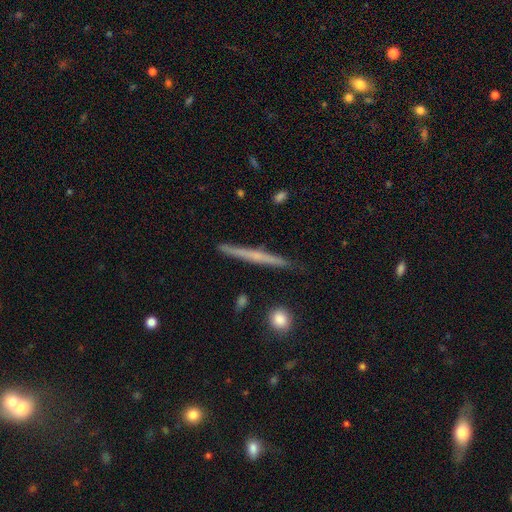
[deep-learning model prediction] Overall: featured or disk (56%; smooth 37%). Edge-on disk: yes (97%). Edge-on bulge: none (70%). Merging: none (89%).